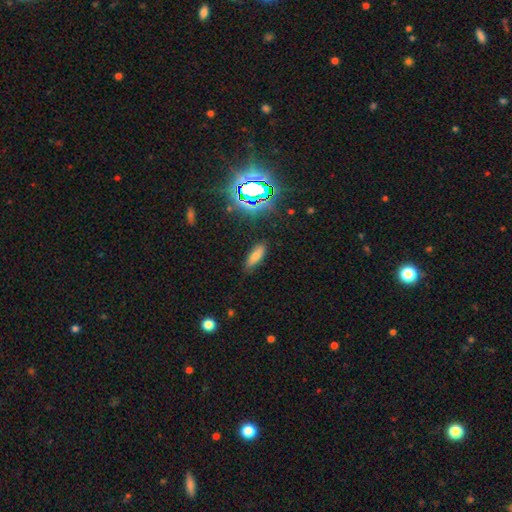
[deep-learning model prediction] Smooth or featured? Predicted: smooth (p=0.70). How rounded? Predicted: in between (p=0.68). Merging? Predicted: none (p=0.83).